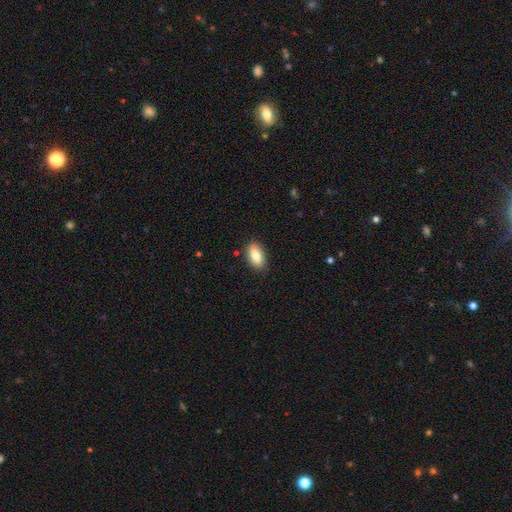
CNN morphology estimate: This appears to be a smooth galaxy with no disk features (80%) that is in between round and cigar-shaped (91%). Merging: none (85%).